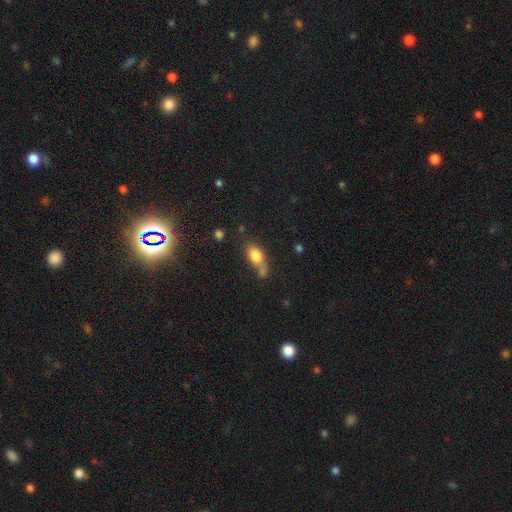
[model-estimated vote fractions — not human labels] Morphology: type=smooth (78%); roundness=in between (78%); merging=none (39%).